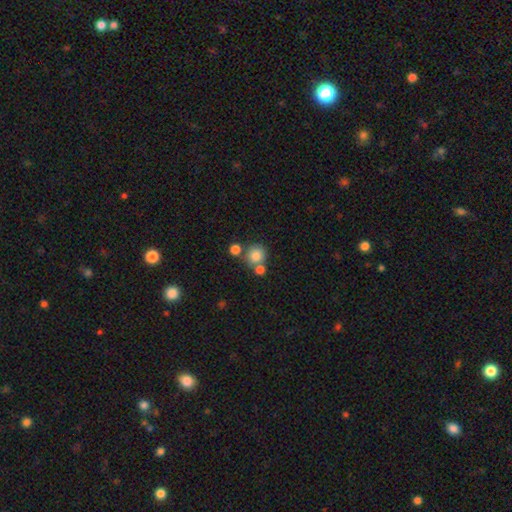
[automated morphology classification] Q: Smooth or featured?
A: smooth (81%); runner-up: star or artifact (11%)
Q: How rounded?
A: round (87%); runner-up: in between (12%)
Q: Merging?
A: none (59%); runner-up: merger (26%)